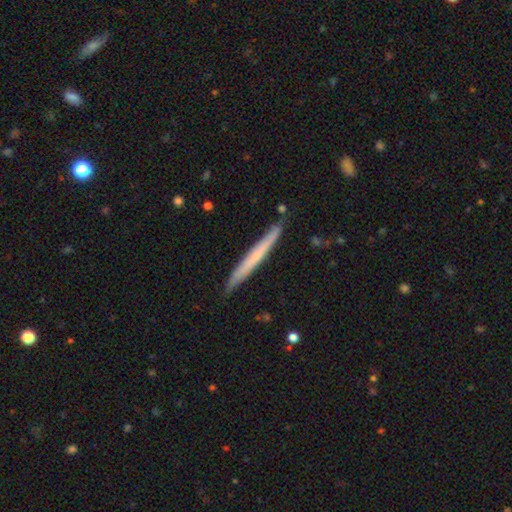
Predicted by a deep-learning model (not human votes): This appears to be a smooth galaxy with no disk features (52%) that is cigar-shaped (97%). Merging: none (88%).